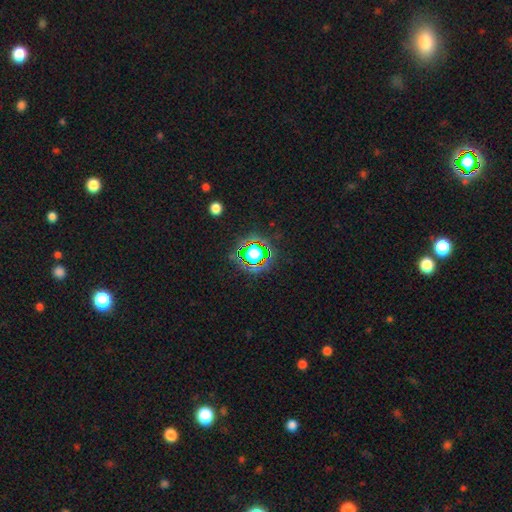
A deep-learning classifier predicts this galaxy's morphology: The model was most divided on "smooth or featured": star or artifact: 73%, smooth: 16%, featured or disk: 11%.